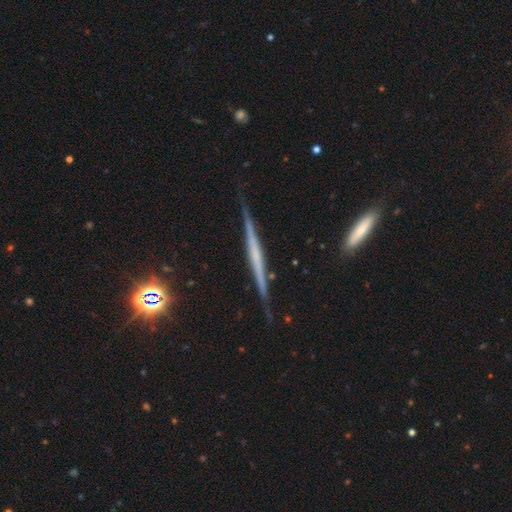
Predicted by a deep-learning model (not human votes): This is likely a featured or disk galaxy (72%). It is clearly viewed edge-on (97%). Edge-on bulge: likely none (66%). Merging: clearly none (83%).